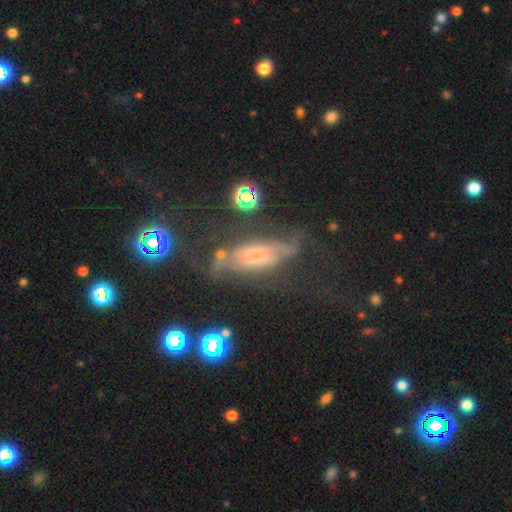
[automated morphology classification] smooth-or-featured: featured or disk: 57% | smooth: 26% | star or artifact: 17%
  disk-edge-on: no: 51% | yes: 49%
  merging: none: 40% | major disturbance: 28% | minor disturbance: 23% | merger: 8%